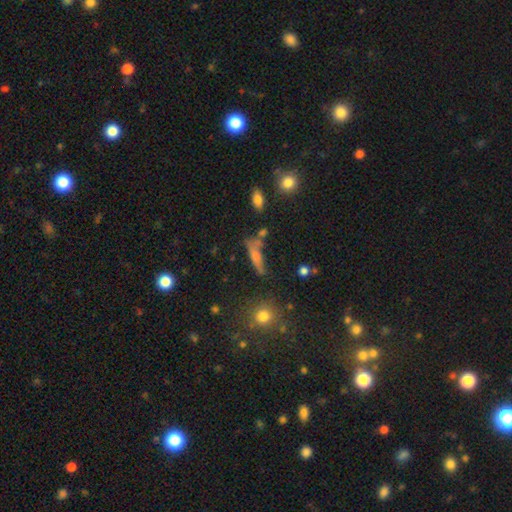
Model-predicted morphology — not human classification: Smooth or featured: smooth — 61% (featured or disk — 26%)
How rounded: cigar-shaped — 63% (in between — 31%)
Merging: none — 49% (minor disturbance — 21%)